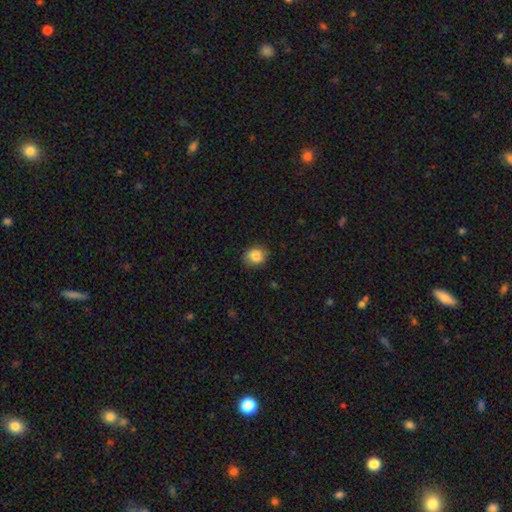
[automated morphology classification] This appears to be a smooth galaxy with no disk features (85%) that is round (61%). Merging: none (86%).